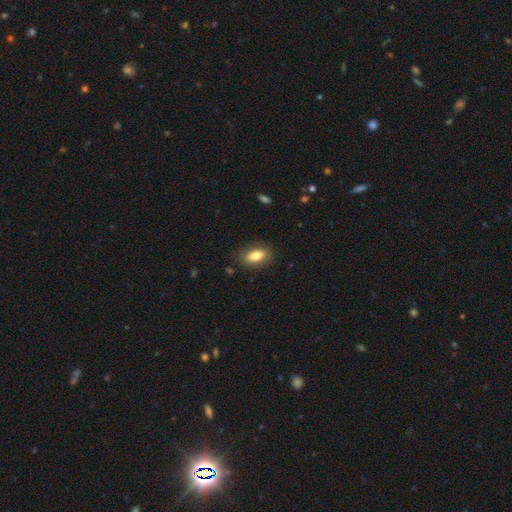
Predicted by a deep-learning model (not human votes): Q: Smooth or featured?
A: smooth (81%); runner-up: featured or disk (11%)
Q: How rounded?
A: in between (88%); runner-up: round (6%)
Q: Merging?
A: none (84%); runner-up: minor disturbance (11%)